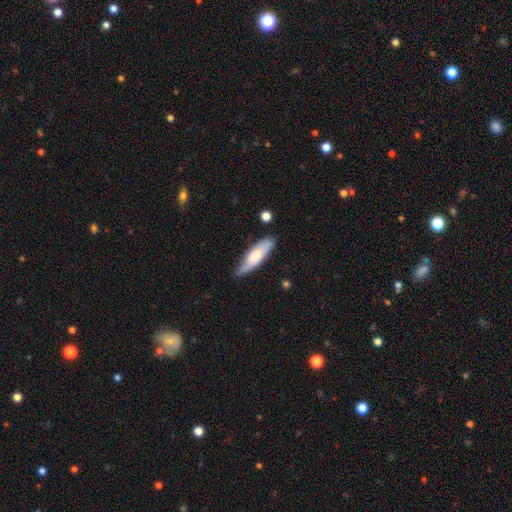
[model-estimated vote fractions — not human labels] smooth 64%, featured or disk 30%, star or artifact 6%. Down the decision tree: how rounded — cigar-shaped (52%); merging — none (71%).